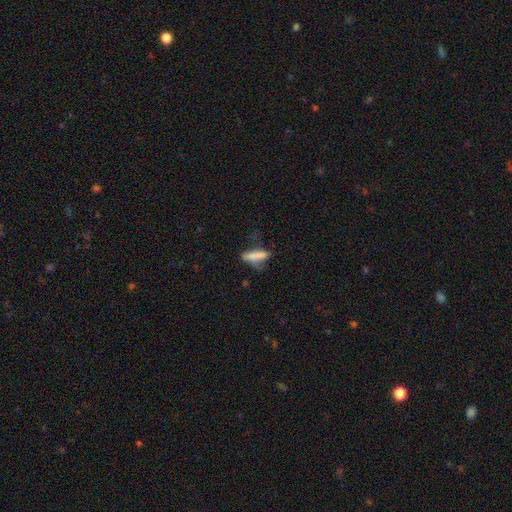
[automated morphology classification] Smooth or featured? smooth (71%)
How rounded? cigar-shaped (60%)
Merging? none (38%)